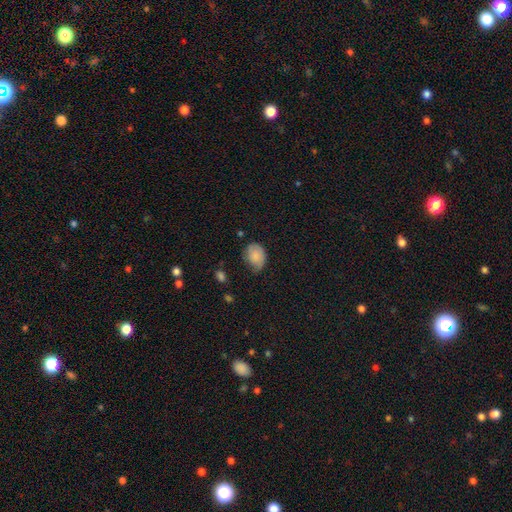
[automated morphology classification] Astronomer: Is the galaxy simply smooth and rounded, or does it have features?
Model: smooth — 78%.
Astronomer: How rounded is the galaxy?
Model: in between — 58% (runner-up: round, 41%).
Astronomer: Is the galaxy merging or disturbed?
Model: none — 46% (runner-up: minor disturbance, 40%).